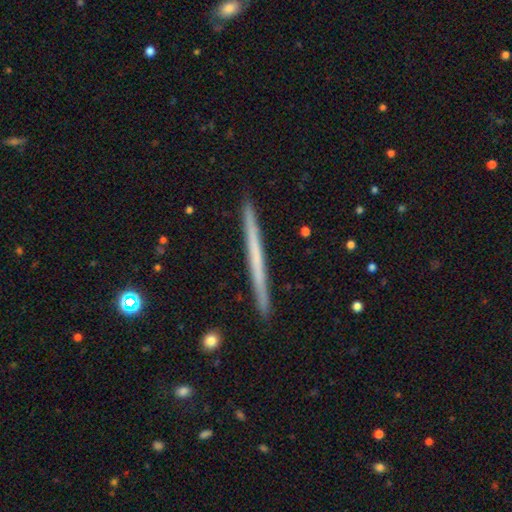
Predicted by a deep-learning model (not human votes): featured or disk 53%, smooth 41%, star or artifact 6%. Down the decision tree: edge-on disk — yes (98%); edge-on bulge — none (92%); merging — none (93%).